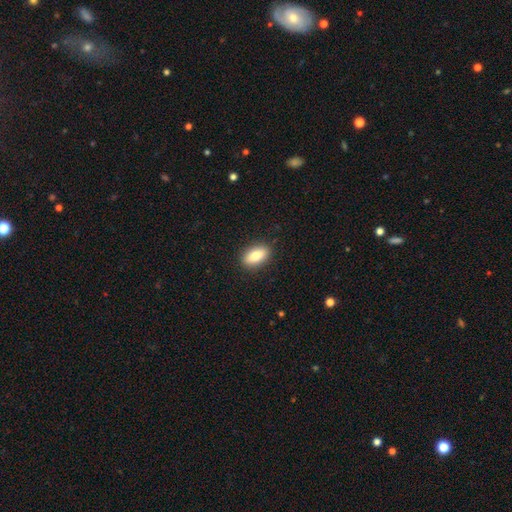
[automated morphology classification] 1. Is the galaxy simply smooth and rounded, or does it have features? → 84% smooth, 9% featured or disk, 7% star or artifact.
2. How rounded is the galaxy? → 88% in between, 6% cigar-shaped, 5% round.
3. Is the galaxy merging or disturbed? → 89% none, 8% minor disturbance, 2% major disturbance, 1% merger.